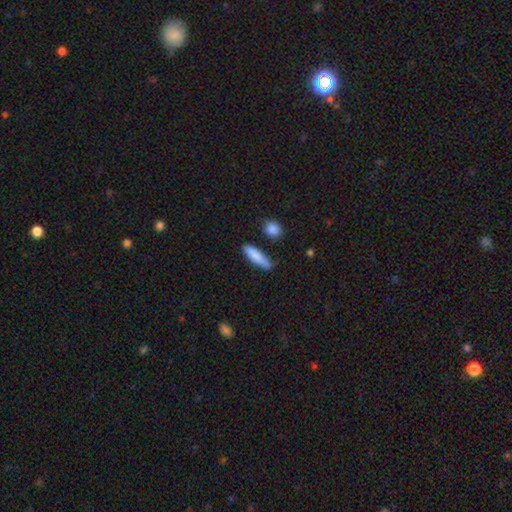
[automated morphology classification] Overall: smooth (81%). How rounded: cigar-shaped (72%). Merging: none (80%).